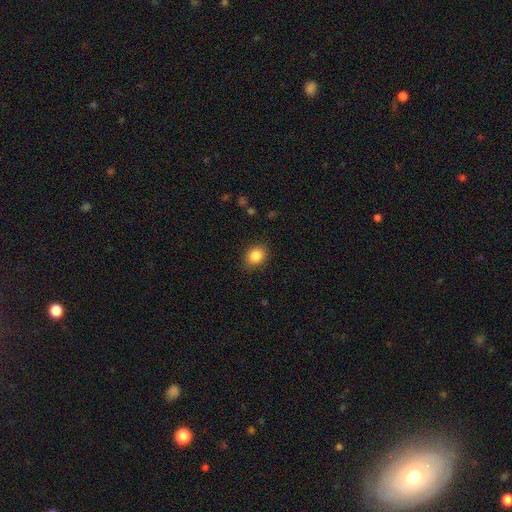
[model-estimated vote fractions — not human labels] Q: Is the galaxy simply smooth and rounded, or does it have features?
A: smooth — 85%.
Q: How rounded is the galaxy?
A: round — 52%.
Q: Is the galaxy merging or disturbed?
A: none — 87%.